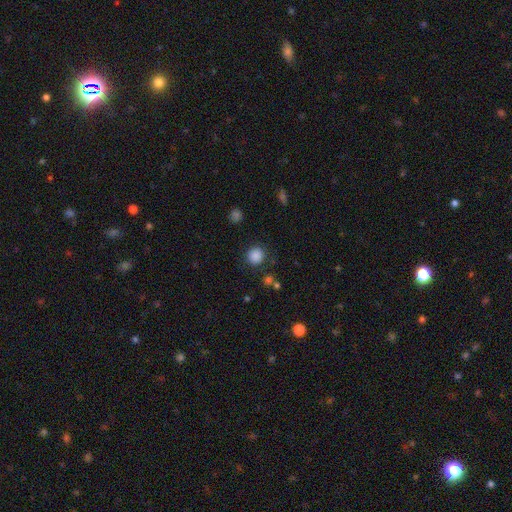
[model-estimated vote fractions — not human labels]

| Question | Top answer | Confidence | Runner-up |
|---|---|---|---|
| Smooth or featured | smooth | 86% | star or artifact (11%) |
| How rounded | round | 92% | in between (7%) |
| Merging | none | 86% | minor disturbance (8%) |